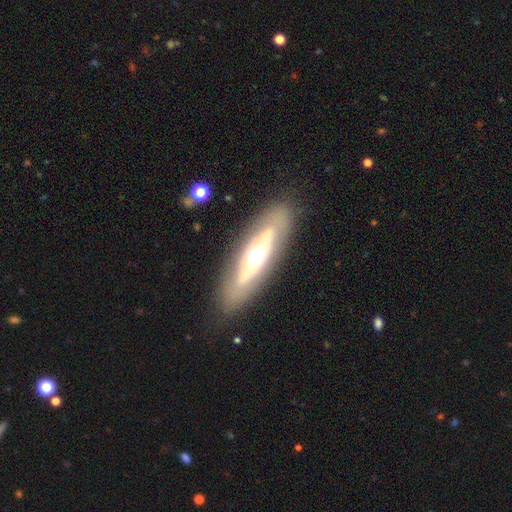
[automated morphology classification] type=featured or disk (59%); edge-on=no (60%); merging=none (83%).